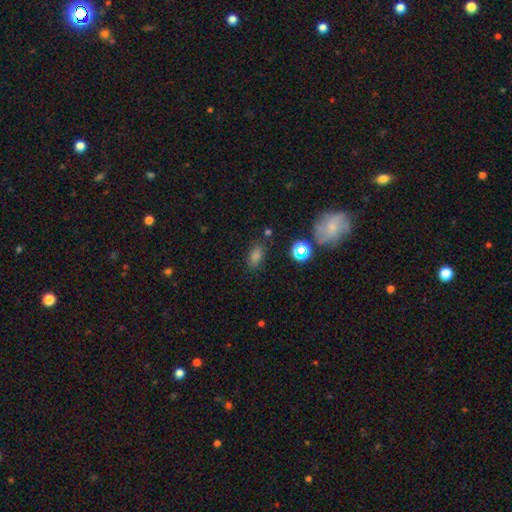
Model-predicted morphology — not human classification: Overall: smooth (69%). How rounded: in between (79%). Merging: none (78%).